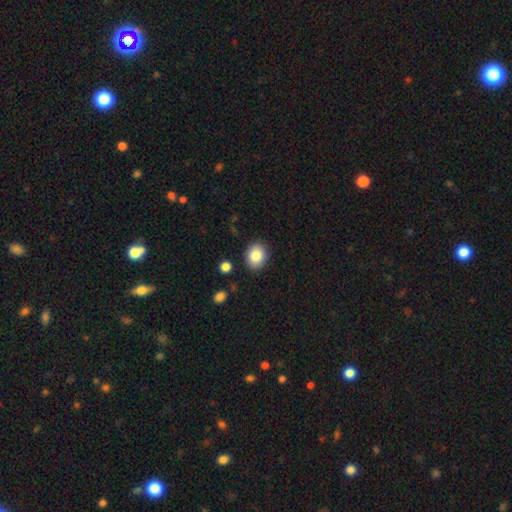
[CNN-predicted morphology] Q: Smooth or featured?
A: smooth (84%); runner-up: star or artifact (8%)
Q: How rounded?
A: in between (53%); runner-up: round (47%)
Q: Merging?
A: none (87%); runner-up: minor disturbance (8%)